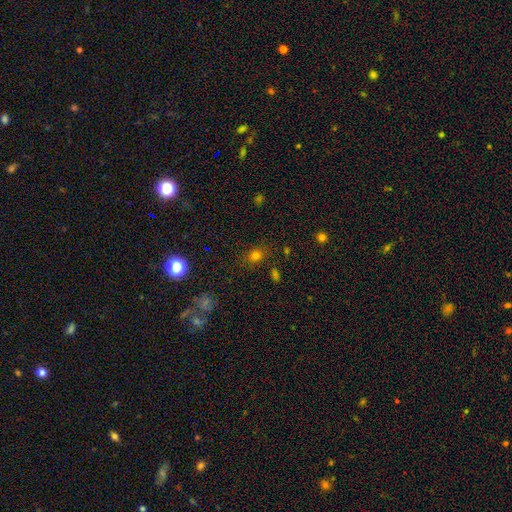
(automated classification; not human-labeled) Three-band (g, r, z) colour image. It shows a smooth galaxy with no disk features (73%) that is in between round and cigar-shaped (50%). Merging: none (82%).